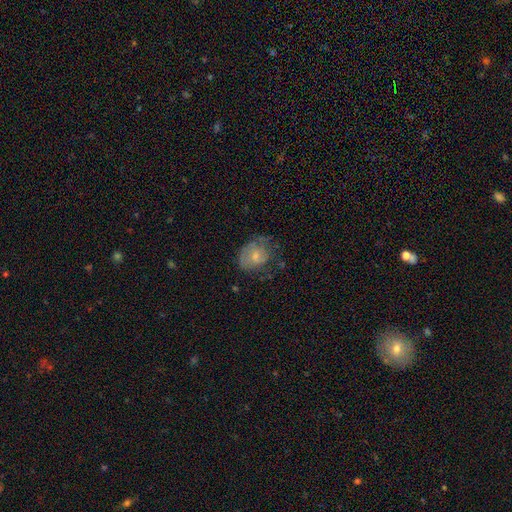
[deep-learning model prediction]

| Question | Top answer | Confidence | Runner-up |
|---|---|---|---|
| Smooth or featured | smooth | 55% | featured or disk (37%) |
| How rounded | round | 53% | in between (46%) |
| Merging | none | 45% | minor disturbance (32%) |